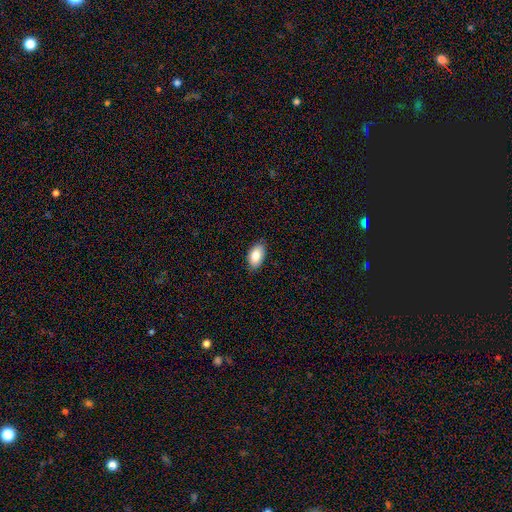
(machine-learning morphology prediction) smooth 81%, featured or disk 12%, star or artifact 7%. Down the decision tree: how rounded — in between (93%); merging — none (85%).